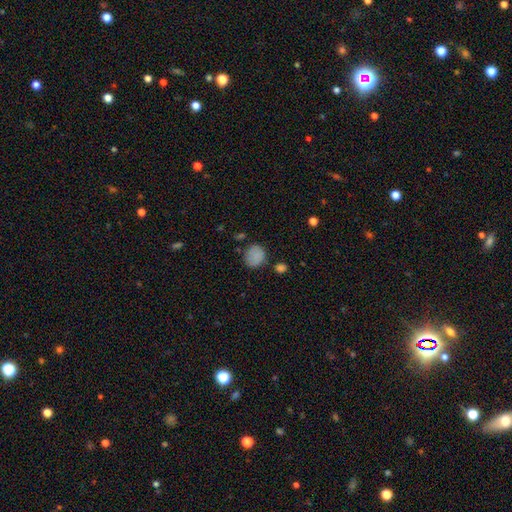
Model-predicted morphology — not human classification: A smooth galaxy with no disk features (83%) that is round (60%).

Vote fractions:
- Smooth or featured? smooth: 83% / star or artifact: 11% / featured or disk: 6%
- How rounded? round: 60% / in between: 39% / cigar-shaped: 1%
- Merging? none: 69% / minor disturbance: 20% / major disturbance: 6% / merger: 5%